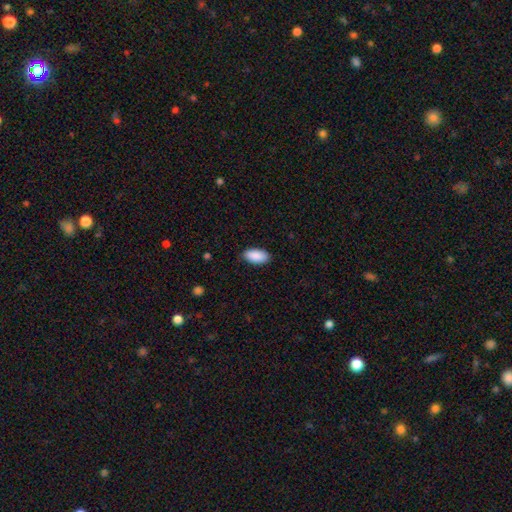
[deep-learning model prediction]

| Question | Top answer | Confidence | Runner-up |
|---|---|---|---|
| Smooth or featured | smooth | 91% | star or artifact (6%) |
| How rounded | in between | 95% | cigar-shaped (3%) |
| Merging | none | 86% | minor disturbance (11%) |